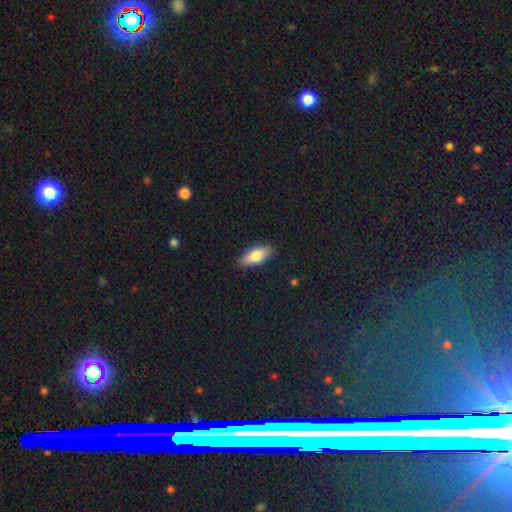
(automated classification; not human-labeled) Morphology: type=smooth (80%); roundness=in between (82%); merging=none (87%).